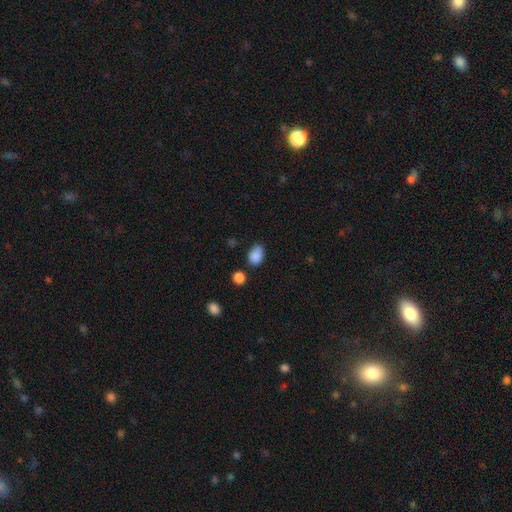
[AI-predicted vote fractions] smooth 86%, star or artifact 10%, featured or disk 5%. Down the decision tree: how rounded — in between (77%); merging — none (61%).